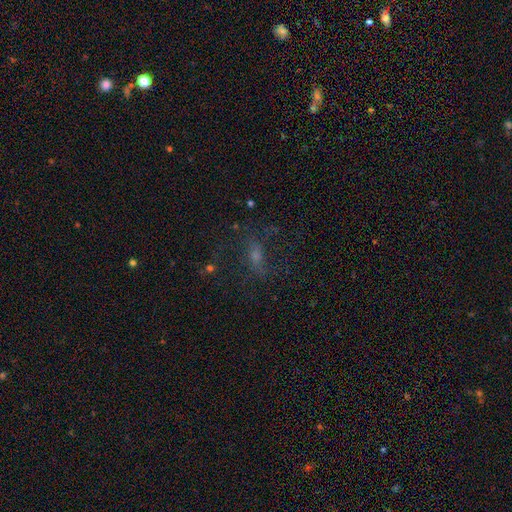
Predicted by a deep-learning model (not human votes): Overall: featured or disk (42%; smooth 30%). Merging: none (64%).